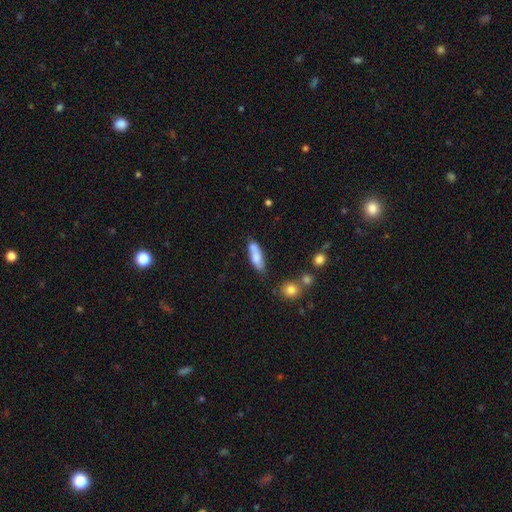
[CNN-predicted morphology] Smooth or featured: smooth — 69% (featured or disk — 24%)
How rounded: in between — 55% (cigar-shaped — 43%)
Merging: none — 55% (minor disturbance — 21%)